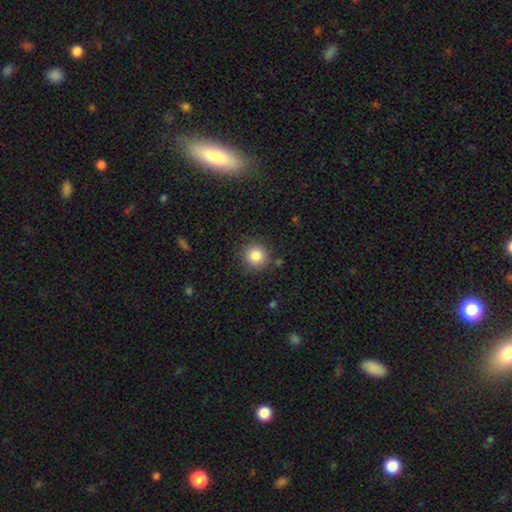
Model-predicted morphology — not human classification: Overall: smooth (85%). How rounded: round (93%). Merging: none (88%).